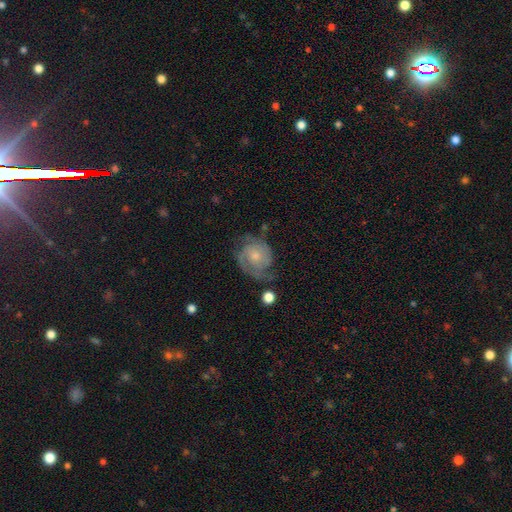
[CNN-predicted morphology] smooth_or_featured: featured or disk (p=0.75) [alt: smooth p=0.19]
disk_edge_on: no (p=0.98) [alt: yes p=0.02]
bar: no (p=0.76) [alt: weak p=0.21]
has_spiral_arms: yes (p=0.91) [alt: no p=0.09]
spiral_winding: tight (p=0.51) [alt: medium p=0.36]
spiral_arm_count: 2 (p=0.61) [alt: can't tell p=0.19]
bulge_size: small (p=0.54) [alt: moderate p=0.38]
merging: none (p=0.57) [alt: minor disturbance p=0.25]